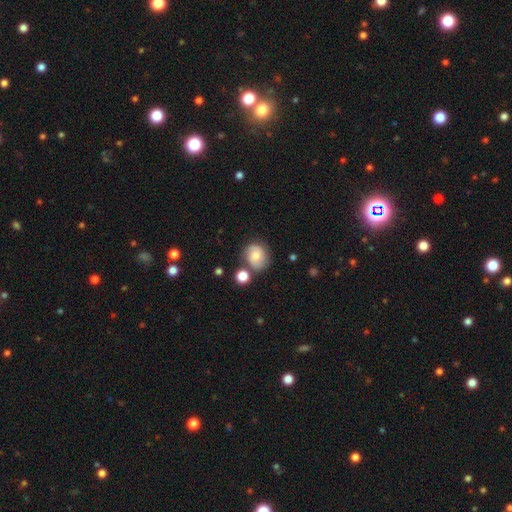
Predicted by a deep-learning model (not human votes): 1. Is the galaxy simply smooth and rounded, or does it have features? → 46% smooth, 44% featured or disk, 10% star or artifact.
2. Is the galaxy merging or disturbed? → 68% none, 16% minor disturbance, 12% merger, 5% major disturbance.